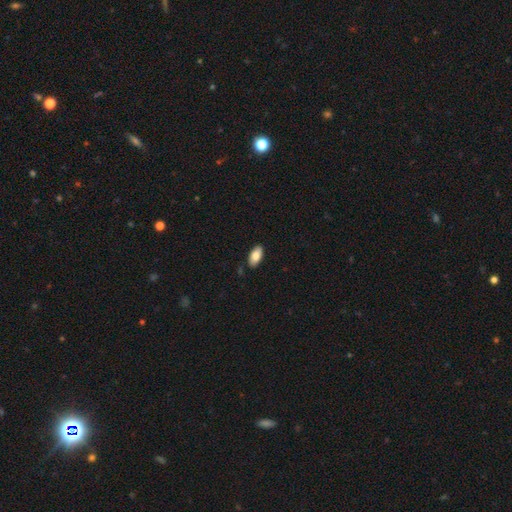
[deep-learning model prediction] smooth 85%, featured or disk 8%, star or artifact 6%. Down the decision tree: how rounded — in between (93%); merging — none (86%).